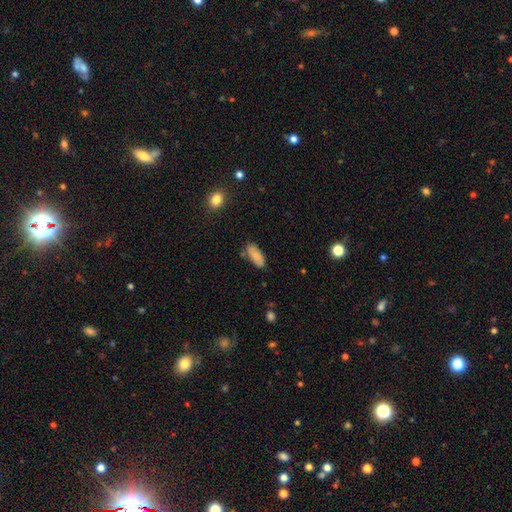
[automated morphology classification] A smooth galaxy with no disk features (81%) that is in between round and cigar-shaped (84%). Merging: none (72%).